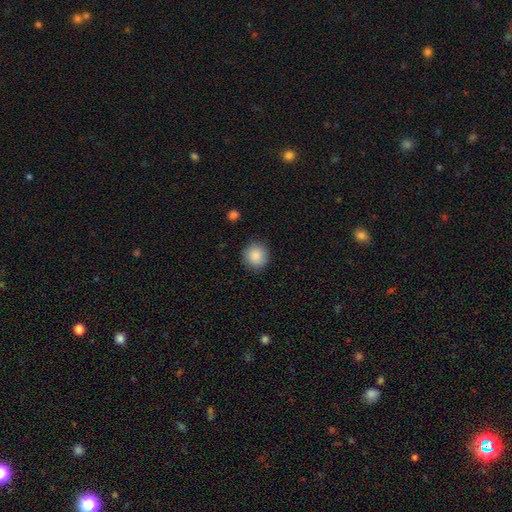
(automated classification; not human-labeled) A smooth galaxy with no disk features (88%) that is round (89%). Merging: none (88%).